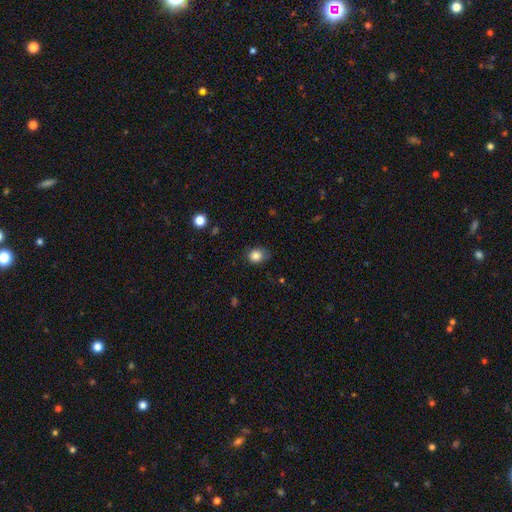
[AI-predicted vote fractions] smooth 84%, star or artifact 10%, featured or disk 6%. Down the decision tree: how rounded — round (59%); merging — none (66%).